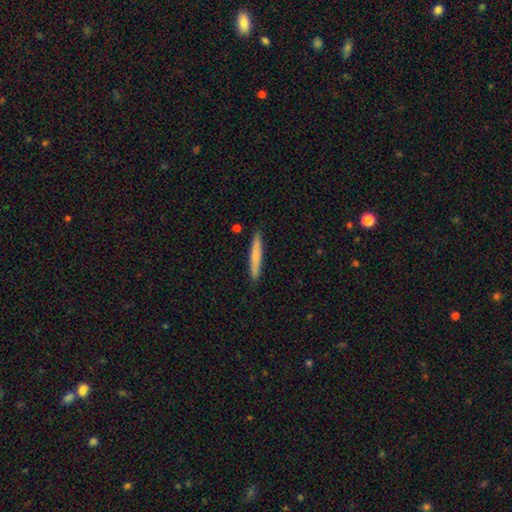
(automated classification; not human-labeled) smooth_or_featured: smooth (p=0.71) [alt: featured or disk p=0.23]
how_rounded: cigar-shaped (p=0.96) [alt: in between p=0.03]
merging: none (p=0.90) [alt: minor disturbance p=0.07]